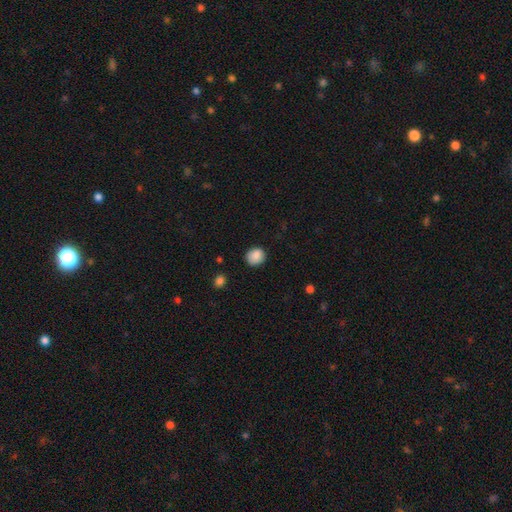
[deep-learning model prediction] Morphology: type=smooth (87%); roundness=round (77%); merging=none (83%).